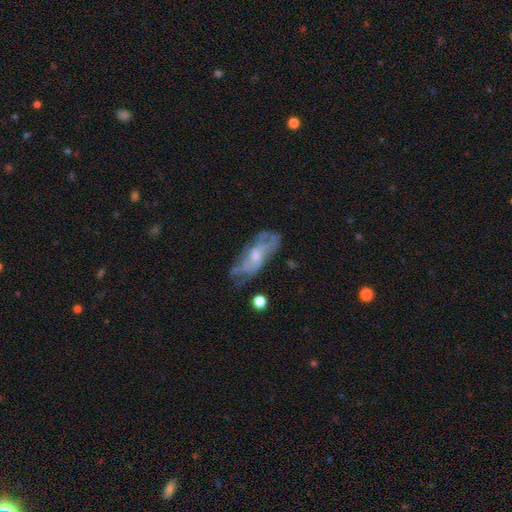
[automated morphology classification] Q: Smooth or featured?
A: featured or disk (67%); runner-up: smooth (25%)
Q: Edge-on disk?
A: no (85%); runner-up: yes (15%)
Q: Bar?
A: no (68%); runner-up: weak (27%)
Q: Spiral arms?
A: yes (71%); runner-up: no (29%)
Q: Bulge size?
A: moderate (48%); runner-up: small (40%)
Q: Merging?
A: none (60%); runner-up: minor disturbance (24%)